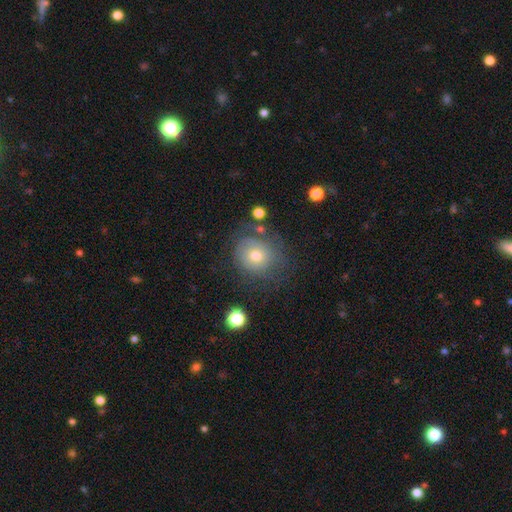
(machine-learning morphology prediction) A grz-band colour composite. It shows a smooth galaxy with no disk features (64%) that is round (83%). Merging: none (65%).